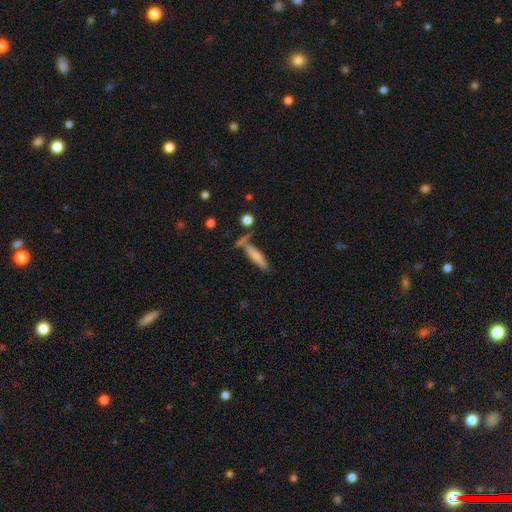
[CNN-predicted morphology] Smooth or featured? Predicted: smooth (p=0.71). How rounded? Predicted: cigar-shaped (p=0.79). Merging? Predicted: none (p=0.60).